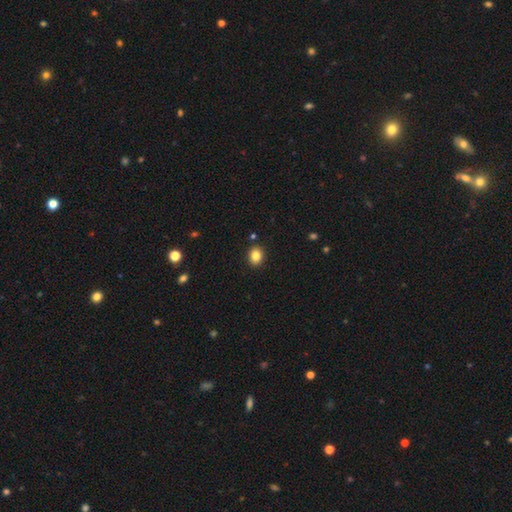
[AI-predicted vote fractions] smooth_or_featured: smooth (p=0.84) [alt: star or artifact p=0.10]
how_rounded: round (p=0.51) [alt: in between p=0.48]
merging: none (p=0.89) [alt: minor disturbance p=0.07]